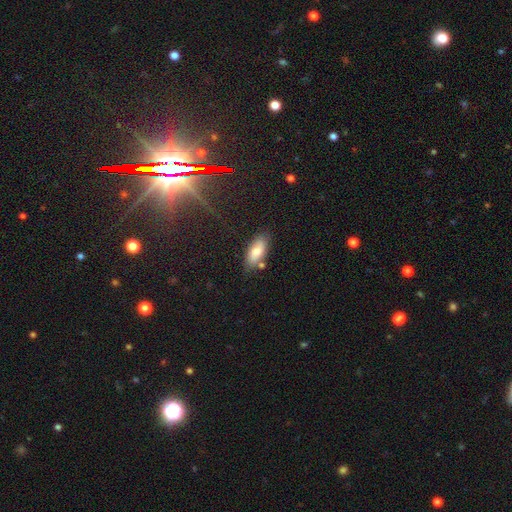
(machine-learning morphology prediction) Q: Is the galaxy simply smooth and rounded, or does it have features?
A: smooth — 75%.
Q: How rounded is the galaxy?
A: in between — 84%.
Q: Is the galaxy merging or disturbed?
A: none — 75%.